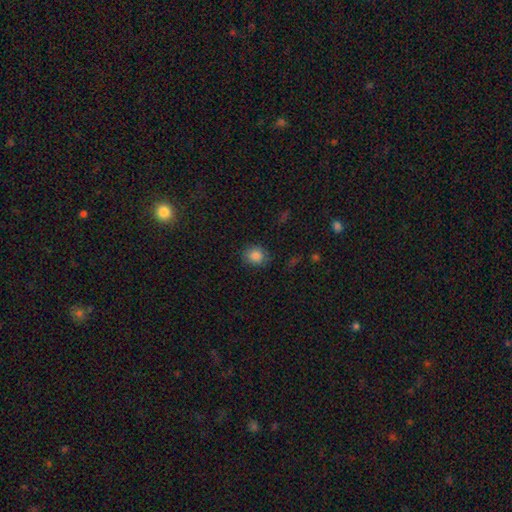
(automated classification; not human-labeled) This is clearly a smooth galaxy (84%). How rounded: likely round (73%). Merging: clearly none (83%).